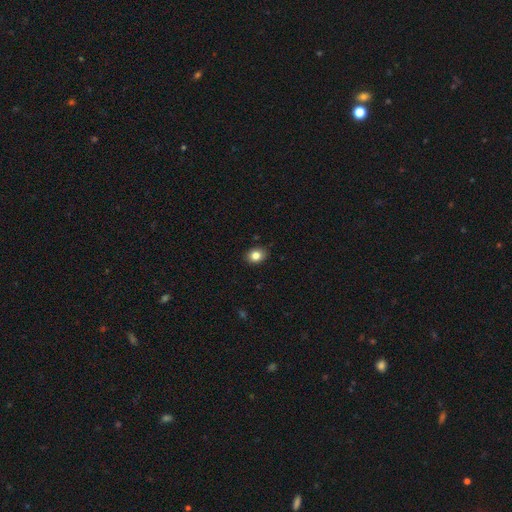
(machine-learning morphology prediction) The model was most divided on "how rounded": round: 51%, in between: 48%, cigar-shaped: 1%. More confident: merging — none (88%); smooth or featured — smooth (83%).